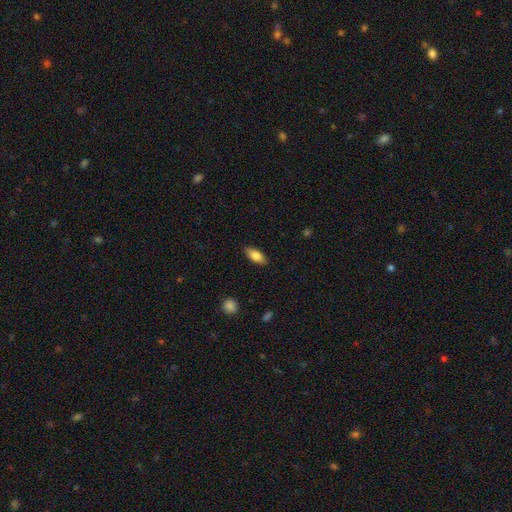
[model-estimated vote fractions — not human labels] This is clearly a smooth galaxy (82%). How rounded: clearly in between (84%). Merging: clearly none (87%).